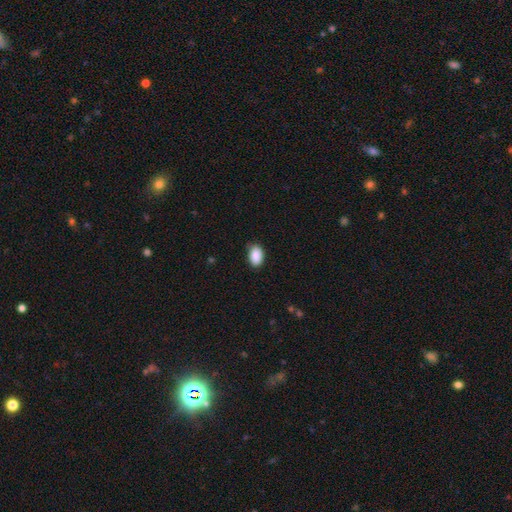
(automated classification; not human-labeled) smooth_or_featured: smooth (p=0.90) [alt: star or artifact p=0.07]
how_rounded: in between (p=0.89) [alt: round p=0.10]
merging: none (p=0.81) [alt: minor disturbance p=0.15]